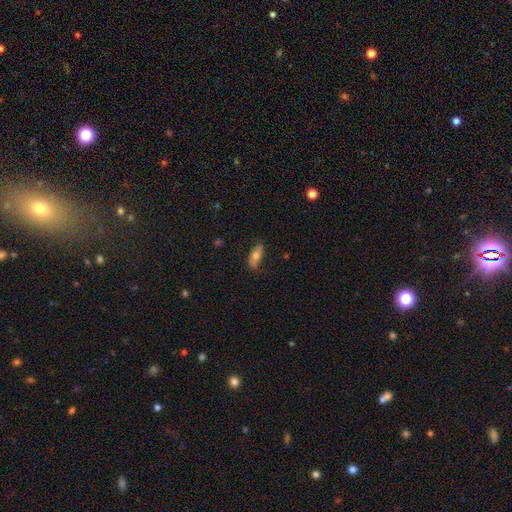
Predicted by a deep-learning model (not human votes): Smooth or featured: smooth — 62% (featured or disk — 31%)
How rounded: in between — 75% (cigar-shaped — 21%)
Merging: none — 74% (minor disturbance — 20%)